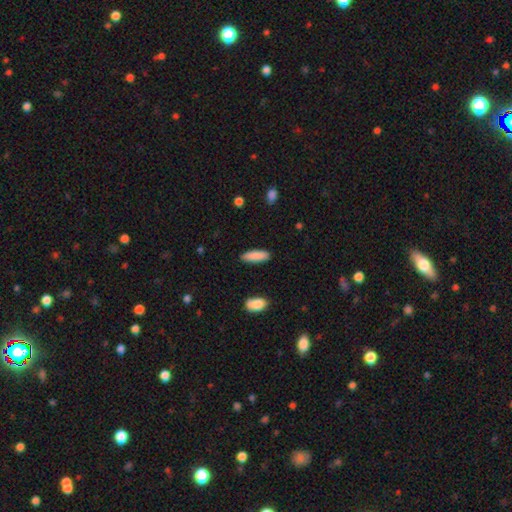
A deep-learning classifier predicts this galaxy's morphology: Smooth or featured? Predicted: smooth (p=0.88). How rounded? Predicted: in between (p=0.50). Merging? Predicted: none (p=0.88).